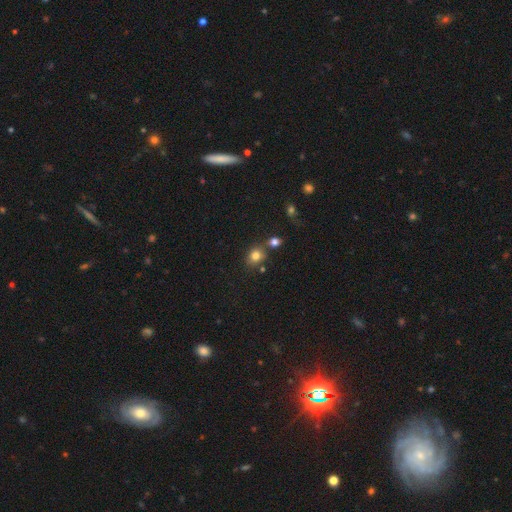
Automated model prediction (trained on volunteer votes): Q: Smooth or featured?
A: smooth (80%); runner-up: star or artifact (13%)
Q: How rounded?
A: round (64%); runner-up: in between (35%)
Q: Merging?
A: none (66%); runner-up: merger (17%)